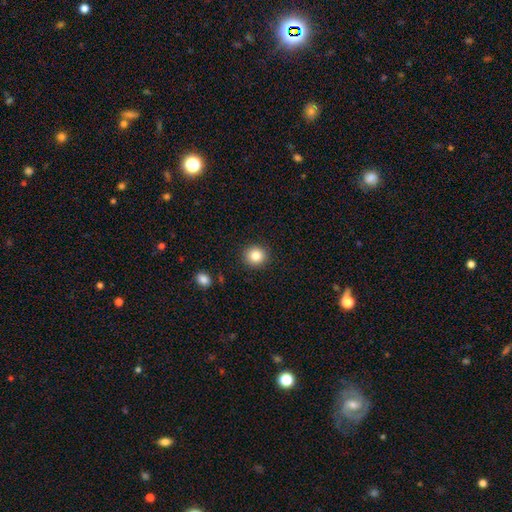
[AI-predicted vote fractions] smooth-or-featured: smooth: 84% | star or artifact: 10% | featured or disk: 6%
  how-rounded: round: 89% | in between: 10% | cigar-shaped: 1%
  merging: none: 91% | minor disturbance: 6% | major disturbance: 2% | merger: 1%